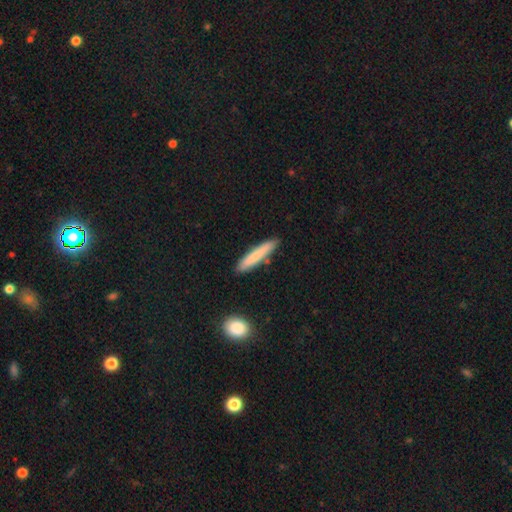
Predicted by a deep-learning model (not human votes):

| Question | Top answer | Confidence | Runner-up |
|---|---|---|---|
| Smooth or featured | smooth | 78% | featured or disk (16%) |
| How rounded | cigar-shaped | 93% | in between (6%) |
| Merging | none | 86% | minor disturbance (9%) |